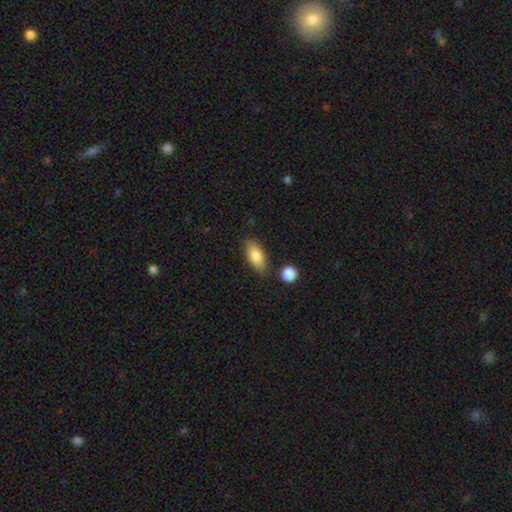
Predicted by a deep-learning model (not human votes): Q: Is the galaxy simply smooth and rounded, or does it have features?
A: smooth — 81%.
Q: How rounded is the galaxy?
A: in between — 88%.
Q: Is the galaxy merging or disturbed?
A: none — 79%.